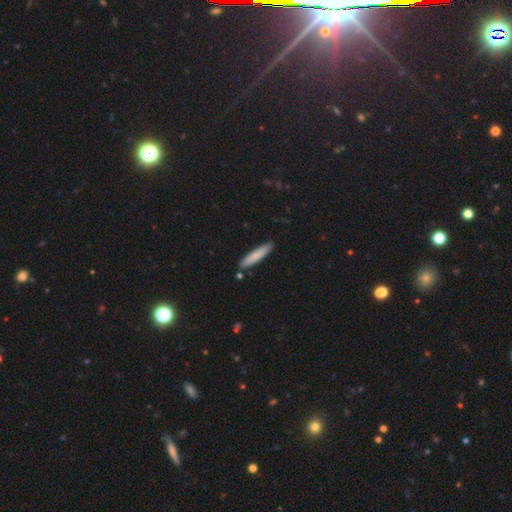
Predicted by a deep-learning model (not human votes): The model was most divided on "smooth or featured": smooth: 79%, featured or disk: 15%, star or artifact: 6%. More confident: how rounded — cigar-shaped (90%); merging — none (86%).